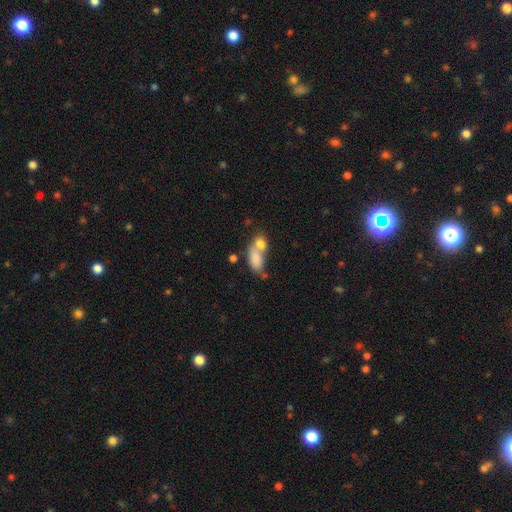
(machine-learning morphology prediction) Smooth or featured: smooth — 79% (featured or disk — 13%)
How rounded: in between — 83% (round — 9%)
Merging: merger — 56% (none — 26%)